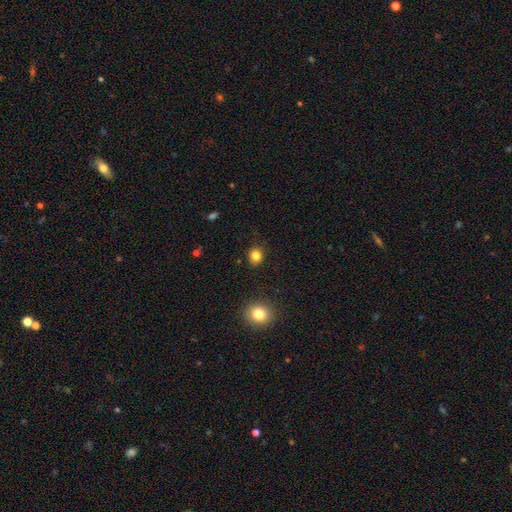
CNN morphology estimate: A smooth galaxy with no disk features (82%) that is round (77%).

Vote fractions:
- Smooth or featured? smooth: 82% / star or artifact: 13% / featured or disk: 5%
- How rounded? round: 77% / in between: 22% / cigar-shaped: 1%
- Merging? none: 89% / minor disturbance: 8% / major disturbance: 2% / merger: 2%